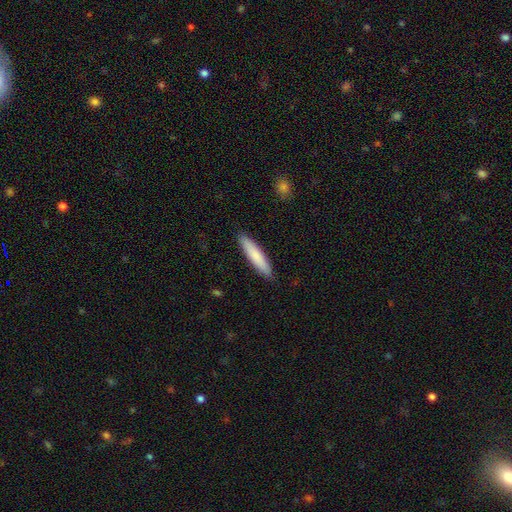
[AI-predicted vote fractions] Smooth or featured: smooth — 80% (featured or disk — 15%)
How rounded: cigar-shaped — 85% (in between — 14%)
Merging: none — 90% (minor disturbance — 7%)